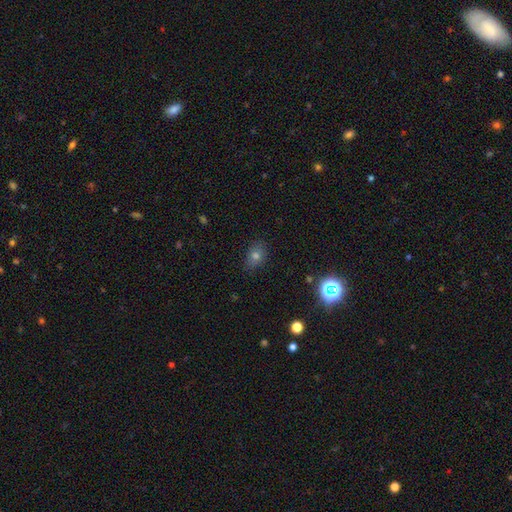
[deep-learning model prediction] Smooth or featured? smooth (67%)
How rounded? in between (63%)
Merging? none (84%)